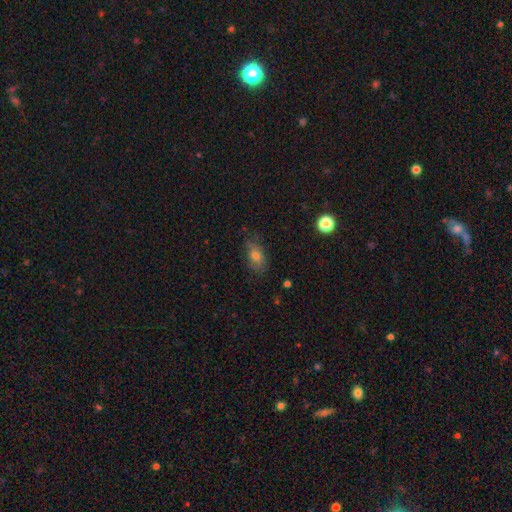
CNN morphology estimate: Smooth or featured?
  - smooth: 71% *
  - featured or disk: 18%
  - star or artifact: 11%
How rounded?
  - in between: 84% *
  - round: 10%
  - cigar-shaped: 6%
Merging?
  - none: 69% *
  - minor disturbance: 24%
  - major disturbance: 6%
  - merger: 2%